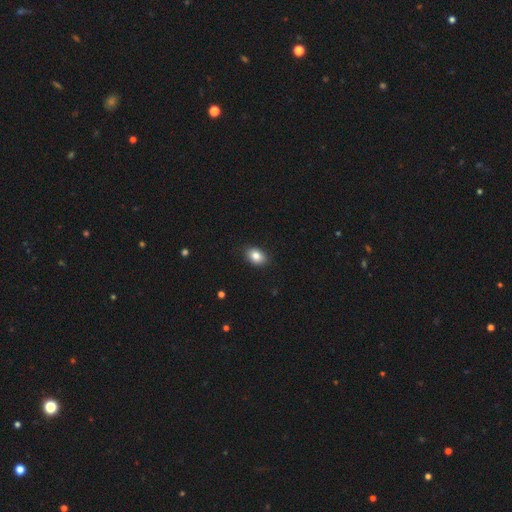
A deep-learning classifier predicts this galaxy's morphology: smooth_or_featured: smooth (p=0.84) [alt: star or artifact p=0.08]
how_rounded: in between (p=0.80) [alt: round p=0.19]
merging: none (p=0.89) [alt: minor disturbance p=0.09]